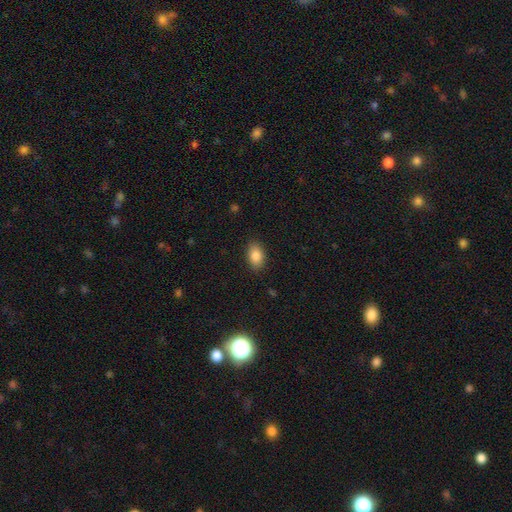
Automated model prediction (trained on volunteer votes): Morphology: type=smooth (86%); roundness=in between (88%); merging=none (87%).